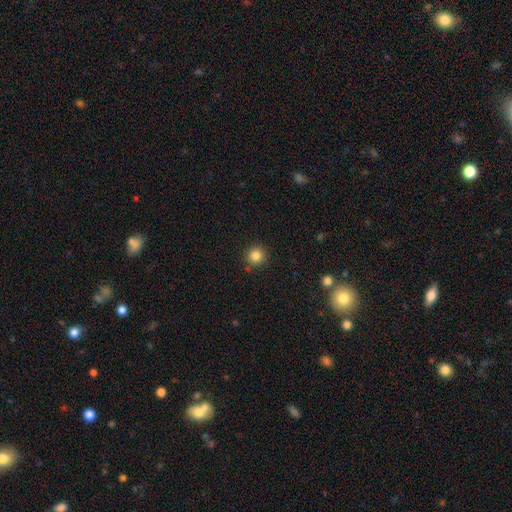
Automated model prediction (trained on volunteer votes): smooth 84%, star or artifact 11%, featured or disk 5%. Down the decision tree: how rounded — round (94%); merging — none (89%).